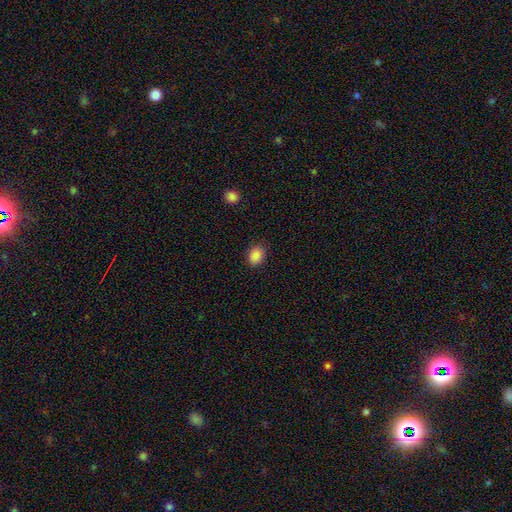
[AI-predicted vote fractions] A smooth galaxy with no disk features (87%) that is in between round and cigar-shaped (61%).

Vote fractions:
- Smooth or featured? smooth: 87% / star or artifact: 9% / featured or disk: 4%
- How rounded? in between: 61% / round: 38% / cigar-shaped: 1%
- Merging? none: 84% / minor disturbance: 12% / major disturbance: 3% / merger: 1%